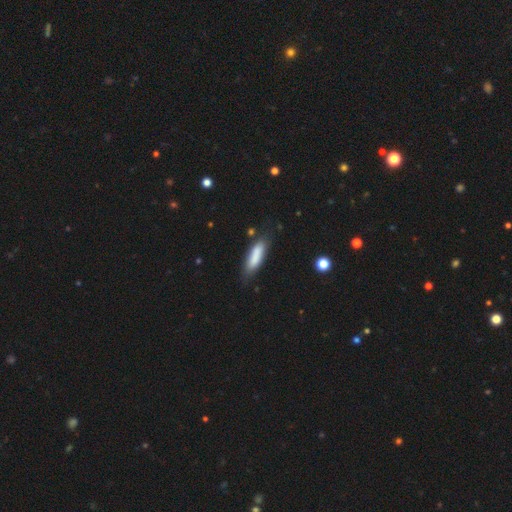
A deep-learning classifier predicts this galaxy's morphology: Q: Smooth or featured?
A: smooth (82%); runner-up: featured or disk (12%)
Q: How rounded?
A: cigar-shaped (59%); runner-up: in between (39%)
Q: Merging?
A: none (73%); runner-up: minor disturbance (20%)